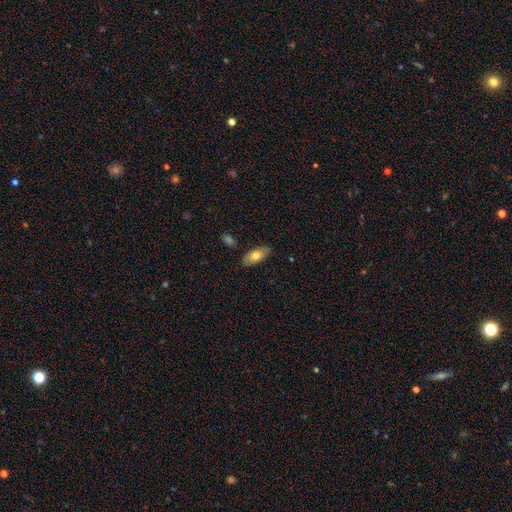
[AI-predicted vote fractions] This appears to be a smooth galaxy with no disk features (72%) that is in between round and cigar-shaped (89%). Merging: none (85%).